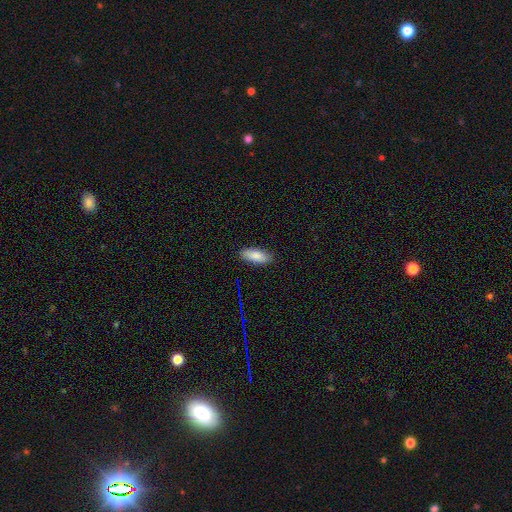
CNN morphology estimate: Smooth or featured: smooth — 85% (featured or disk — 8%)
How rounded: in between — 78% (cigar-shaped — 20%)
Merging: none — 88% (minor disturbance — 9%)